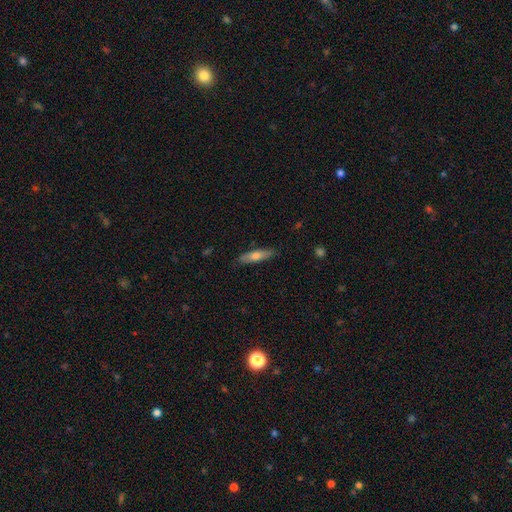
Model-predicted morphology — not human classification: Q: Smooth or featured?
A: smooth (58%); runner-up: featured or disk (35%)
Q: How rounded?
A: cigar-shaped (80%); runner-up: in between (18%)
Q: Merging?
A: none (87%); runner-up: minor disturbance (10%)